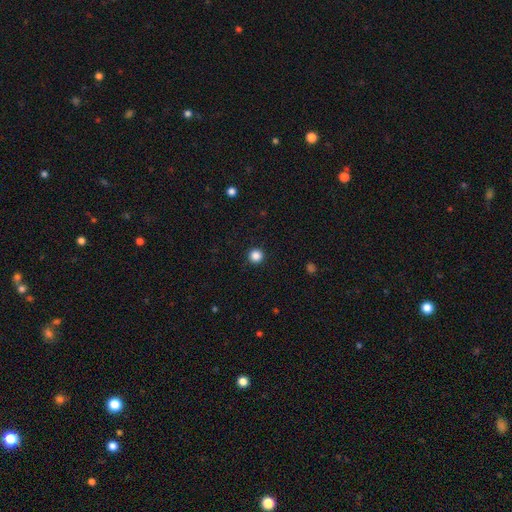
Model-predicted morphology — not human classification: Smooth or featured? Predicted: smooth (p=0.86). How rounded? Predicted: round (p=0.96). Merging? Predicted: none (p=0.93).